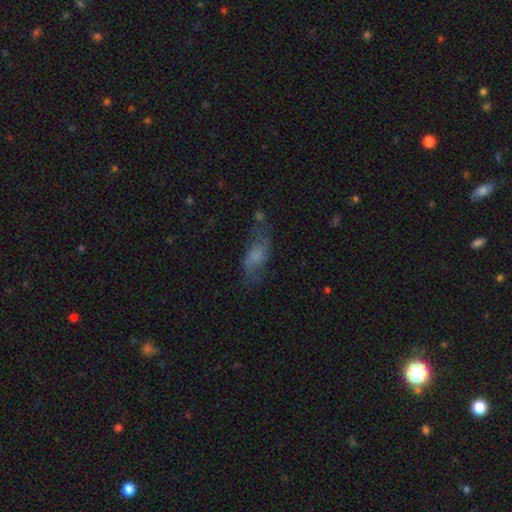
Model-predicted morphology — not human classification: smooth-or-featured: smooth: 45% | featured or disk: 42% | star or artifact: 12%
  merging: none: 54% | minor disturbance: 24% | major disturbance: 17% | merger: 4%